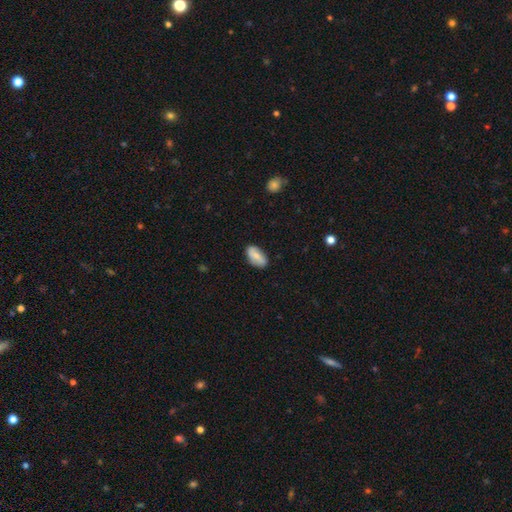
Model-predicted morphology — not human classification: smooth 70%, featured or disk 24%, star or artifact 7%. Down the decision tree: how rounded — in between (91%); merging — none (82%).